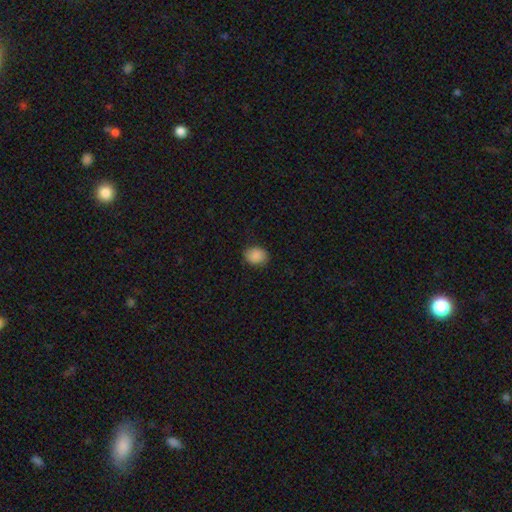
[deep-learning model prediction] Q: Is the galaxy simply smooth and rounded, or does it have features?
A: smooth — 85%.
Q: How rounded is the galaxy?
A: round — 50%, tied with in between.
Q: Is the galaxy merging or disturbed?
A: none — 81%.